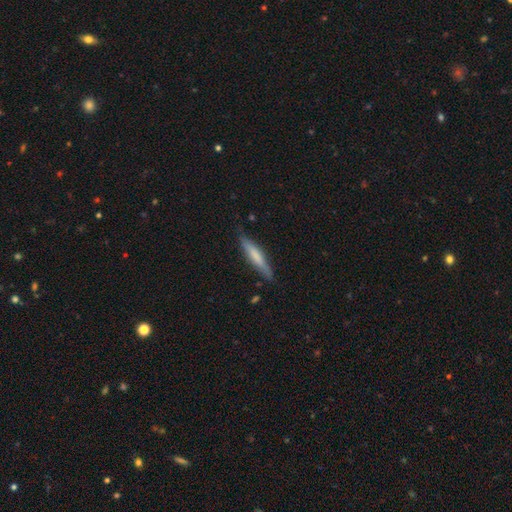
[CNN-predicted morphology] Overall: smooth (62%; featured or disk 33%). How rounded: cigar-shaped (90%). Merging: none (83%).